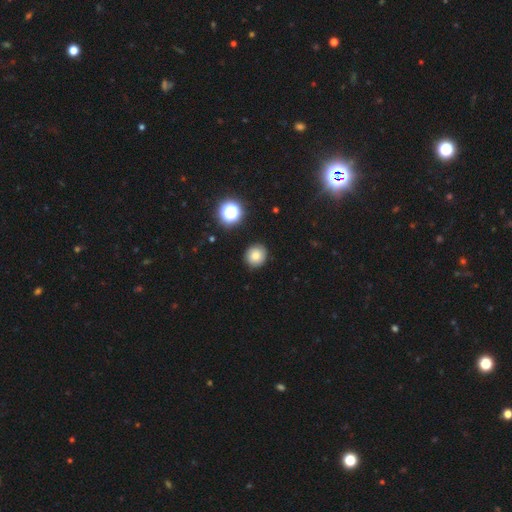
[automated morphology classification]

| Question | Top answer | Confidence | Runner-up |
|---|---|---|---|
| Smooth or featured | smooth | 77% | star or artifact (13%) |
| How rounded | round | 89% | in between (10%) |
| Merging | none | 87% | minor disturbance (9%) |